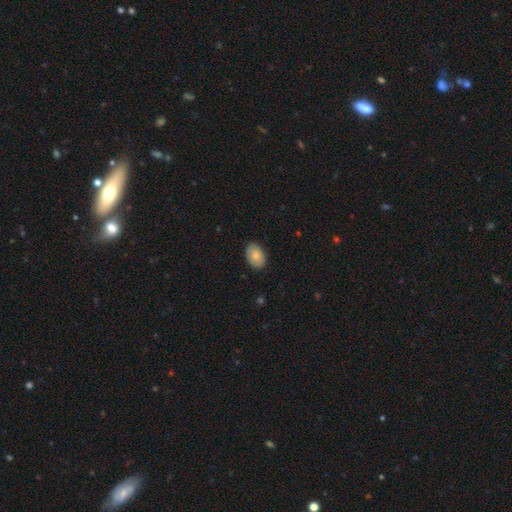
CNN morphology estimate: smooth_or_featured: smooth (p=0.74) [alt: featured or disk p=0.19]
how_rounded: in between (p=0.84) [alt: round p=0.15]
merging: none (p=0.83) [alt: minor disturbance p=0.14]